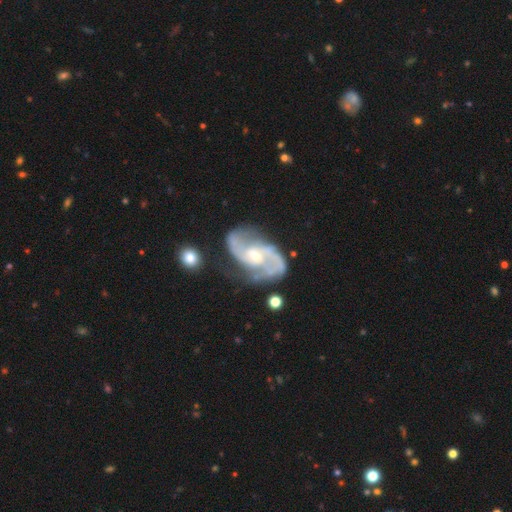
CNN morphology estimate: Smooth or featured: featured or disk — 90% (smooth — 5%)
Edge-on disk: no — 97% (yes — 3%)
Bar: weak — 48% (no — 39%)
Spiral arms: yes — 97% (no — 3%)
Spiral winding: medium — 50% (loose — 35%)
Spiral arm count: 2 — 86% (can't tell — 5%)
Bulge size: moderate — 47% (small — 45%)
Merging: none — 63% (minor disturbance — 20%)